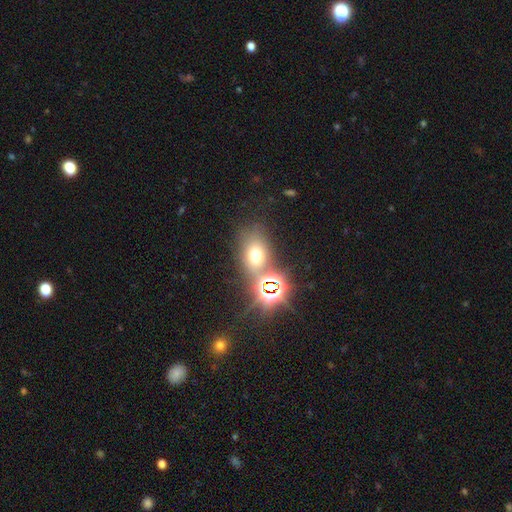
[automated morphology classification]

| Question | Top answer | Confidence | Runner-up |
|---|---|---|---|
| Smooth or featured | smooth | 53% | star or artifact (34%) |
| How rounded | in between | 61% | round (37%) |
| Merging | none | 64% | merger (17%) |